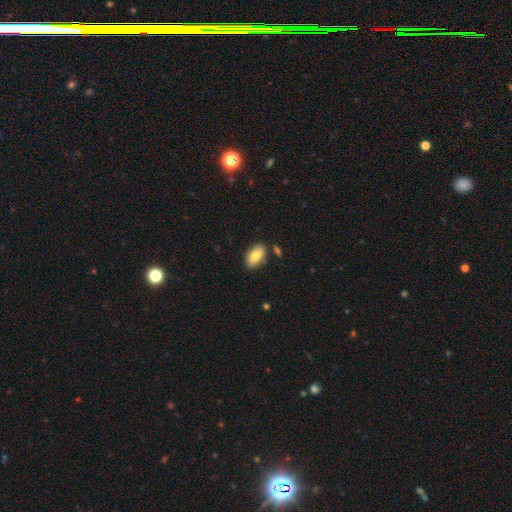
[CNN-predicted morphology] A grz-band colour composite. It shows a smooth galaxy with no disk features (82%) that is in between round and cigar-shaped (93%). Merging: none (81%).